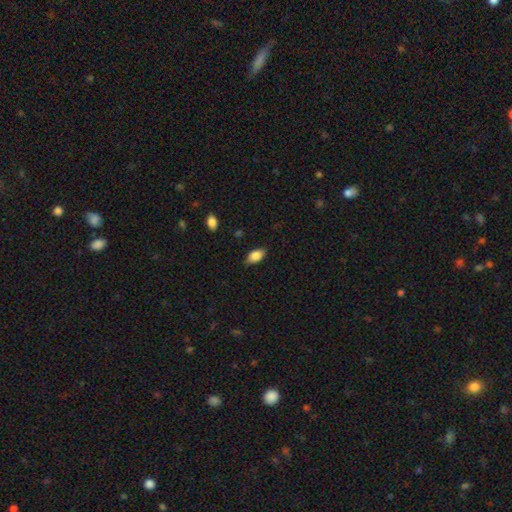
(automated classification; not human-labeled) Smooth or featured? Predicted: smooth (p=0.82). How rounded? Predicted: in between (p=0.90). Merging? Predicted: none (p=0.81).